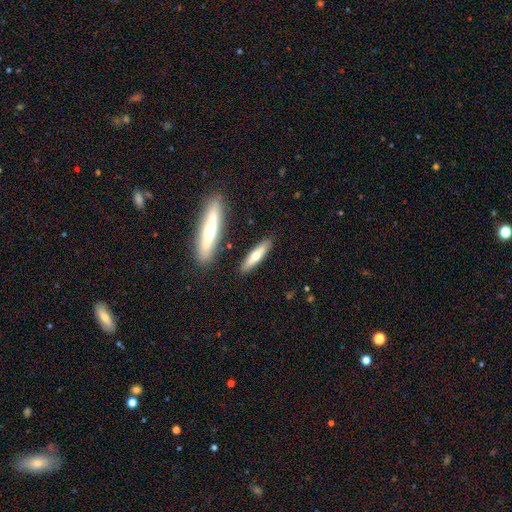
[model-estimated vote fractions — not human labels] Smooth or featured?
  - smooth: 60% *
  - featured or disk: 35%
  - star or artifact: 6%
How rounded?
  - cigar-shaped: 78% *
  - in between: 21%
  - round: 2%
Merging?
  - none: 84% *
  - minor disturbance: 9%
  - merger: 5%
  - major disturbance: 2%